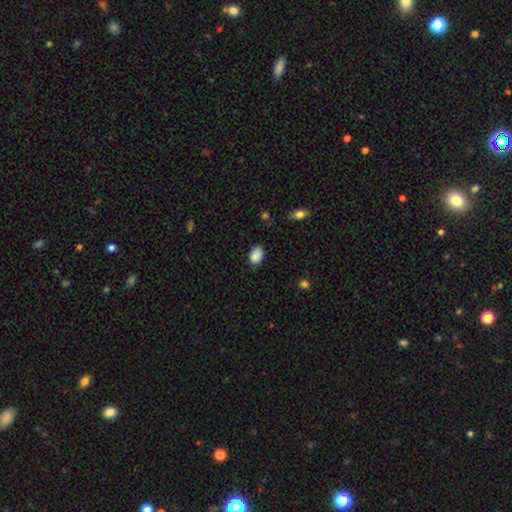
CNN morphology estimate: Overall: smooth (88%). How rounded: in between (83%). Merging: none (77%).